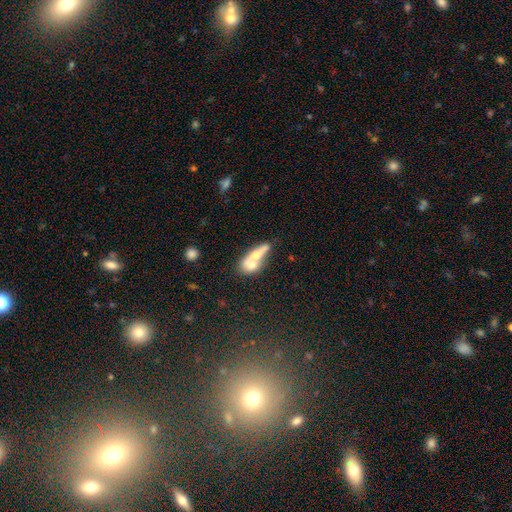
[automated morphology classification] Q: Smooth or featured?
A: smooth (53%); runner-up: featured or disk (40%)
Q: How rounded?
A: in between (53%); runner-up: cigar-shaped (37%)
Q: Merging?
A: merger (60%); runner-up: none (25%)